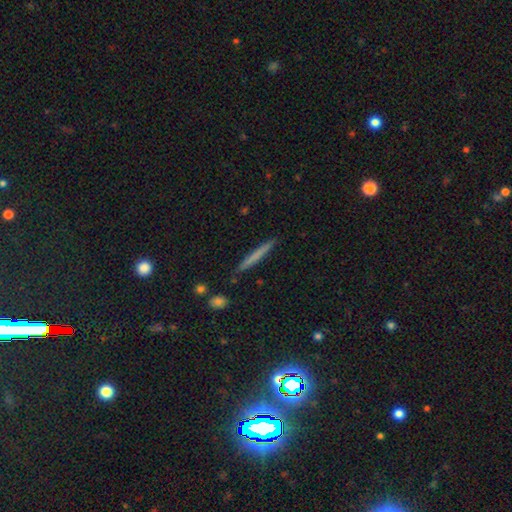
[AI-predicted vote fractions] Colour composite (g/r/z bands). It shows a smooth galaxy with no disk features (65%) that is cigar-shaped (96%). Merging: none (90%).